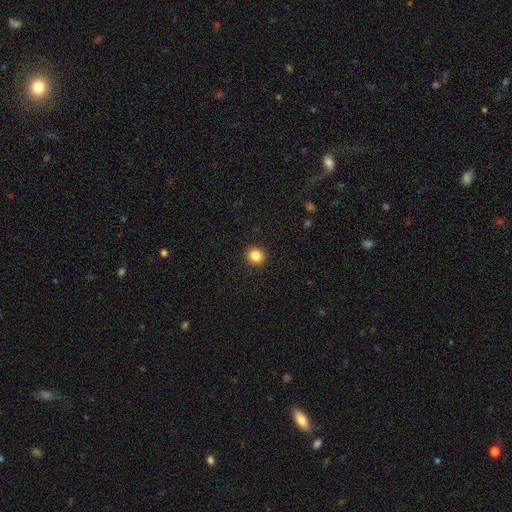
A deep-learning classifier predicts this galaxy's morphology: The model was most divided on "smooth or featured": smooth: 85%, star or artifact: 10%, featured or disk: 4%. More confident: merging — none (93%); how rounded — round (89%).